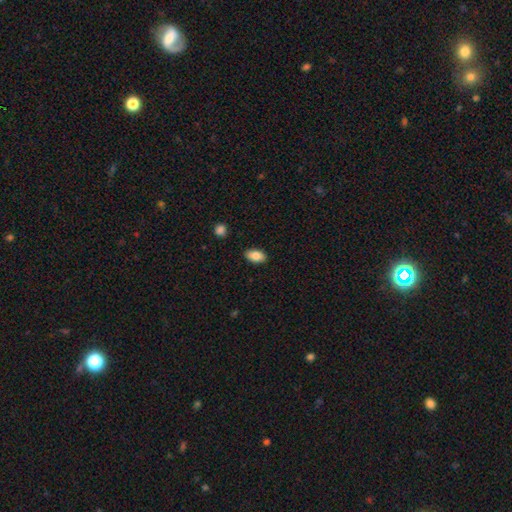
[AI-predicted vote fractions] Q: Smooth or featured?
A: smooth (84%); runner-up: featured or disk (9%)
Q: How rounded?
A: in between (93%); runner-up: round (5%)
Q: Merging?
A: none (87%); runner-up: minor disturbance (9%)